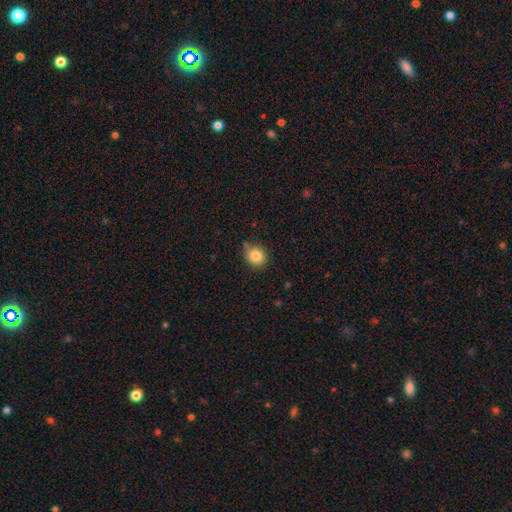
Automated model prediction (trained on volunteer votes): smooth_or_featured: smooth (p=0.84) [alt: star or artifact p=0.10]
how_rounded: round (p=0.78) [alt: in between p=0.21]
merging: none (p=0.79) [alt: minor disturbance p=0.14]